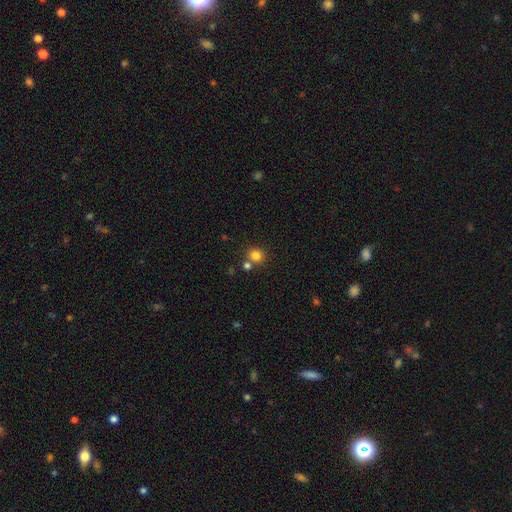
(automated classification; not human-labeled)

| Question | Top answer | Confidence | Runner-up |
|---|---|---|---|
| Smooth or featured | smooth | 81% | star or artifact (13%) |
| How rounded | round | 85% | in between (14%) |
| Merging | none | 67% | merger (22%) |